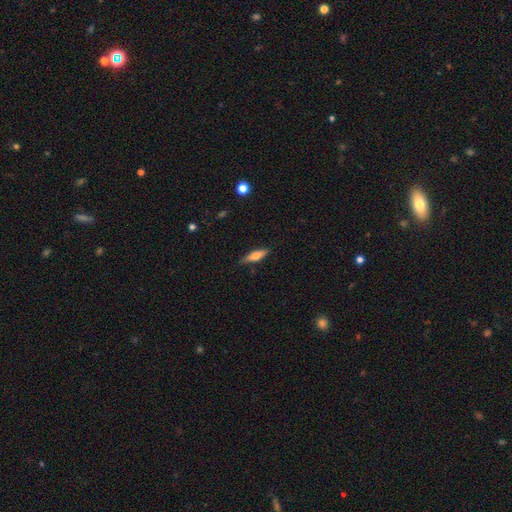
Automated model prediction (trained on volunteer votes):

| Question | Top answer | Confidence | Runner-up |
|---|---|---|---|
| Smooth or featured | smooth | 63% | featured or disk (30%) |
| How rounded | cigar-shaped | 59% | in between (38%) |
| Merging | none | 84% | minor disturbance (12%) |